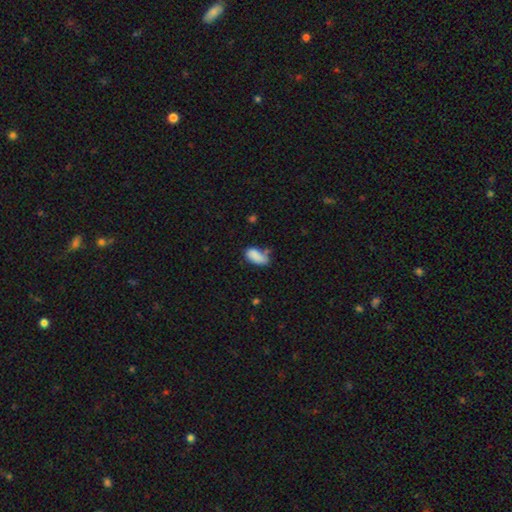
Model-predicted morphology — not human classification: Smooth or featured?
  - smooth: 83% *
  - star or artifact: 8%
  - featured or disk: 8%
How rounded?
  - in between: 89% *
  - cigar-shaped: 7%
  - round: 3%
Merging?
  - none: 47% *
  - minor disturbance: 30%
  - major disturbance: 11%
  - merger: 11%